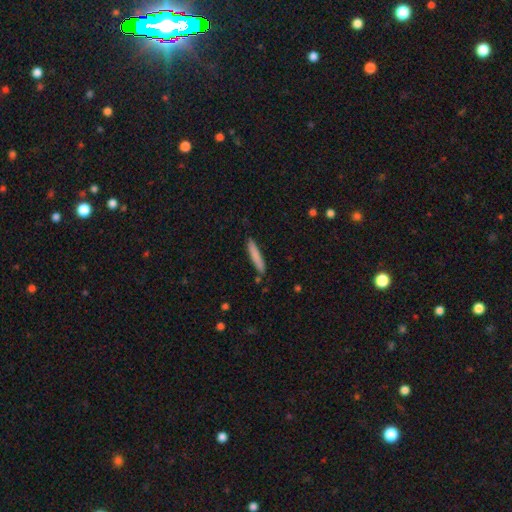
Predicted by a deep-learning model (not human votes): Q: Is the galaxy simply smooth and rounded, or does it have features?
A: smooth — 81%.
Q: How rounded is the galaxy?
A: cigar-shaped — 92%.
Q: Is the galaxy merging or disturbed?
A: none — 86%.